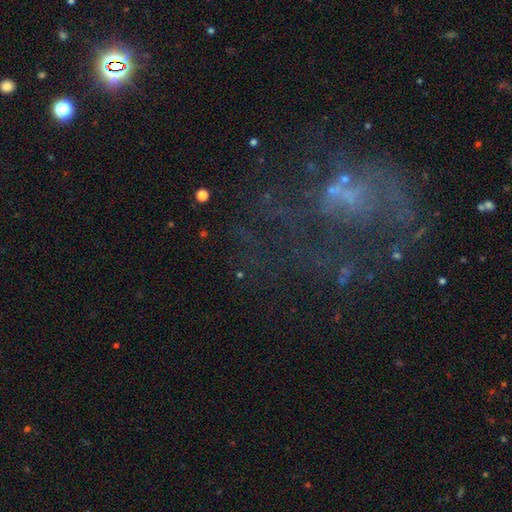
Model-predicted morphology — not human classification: Q: Smooth or featured?
A: featured or disk (54%); runner-up: star or artifact (29%)
Q: Edge-on disk?
A: no (96%); runner-up: yes (4%)
Q: Bar?
A: no (81%); runner-up: weak (14%)
Q: Spiral arms?
A: no (62%); runner-up: yes (38%)
Q: Bulge size?
A: none (55%); runner-up: small (28%)
Q: Merging?
A: none (44%); runner-up: major disturbance (33%)